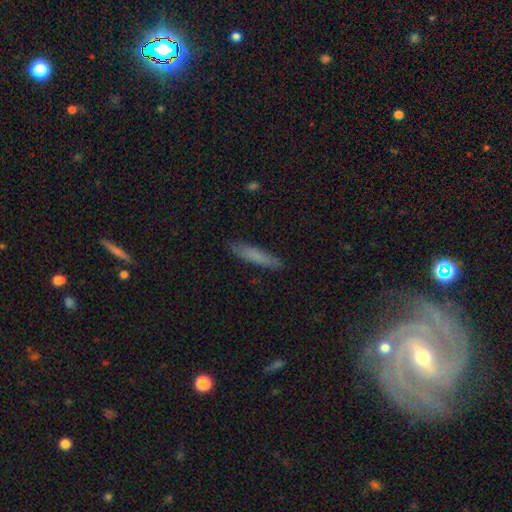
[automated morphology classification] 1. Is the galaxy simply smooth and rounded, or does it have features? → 76% smooth, 17% featured or disk, 7% star or artifact.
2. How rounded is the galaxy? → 89% cigar-shaped, 9% in between, 1% round.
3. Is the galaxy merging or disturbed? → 88% none, 9% minor disturbance, 2% major disturbance, 1% merger.